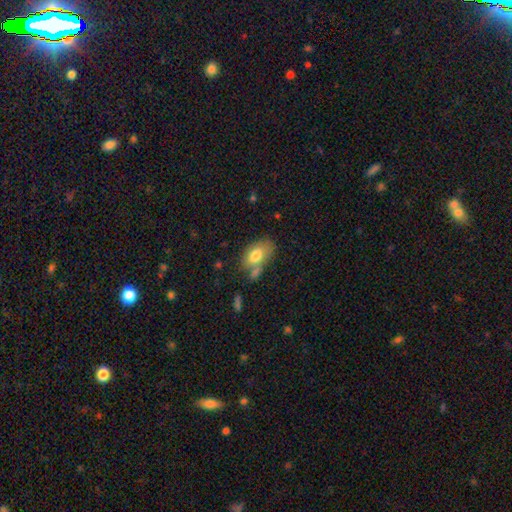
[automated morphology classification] Q: Smooth or featured?
A: smooth (76%); runner-up: featured or disk (17%)
Q: How rounded?
A: in between (91%); runner-up: round (7%)
Q: Merging?
A: none (49%); runner-up: minor disturbance (22%)